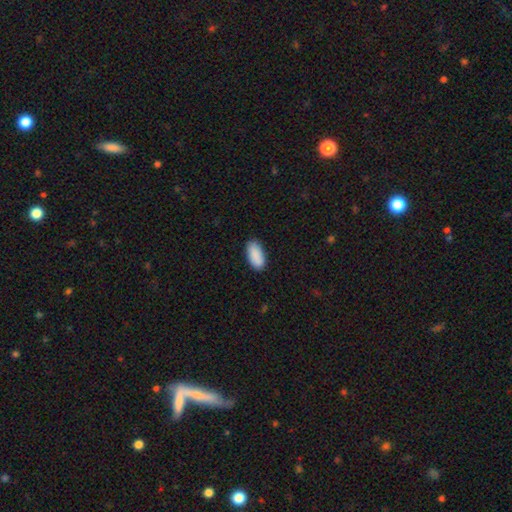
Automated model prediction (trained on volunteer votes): Smooth or featured? Predicted: smooth (p=0.90). How rounded? Predicted: in between (p=0.92). Merging? Predicted: none (p=0.86).